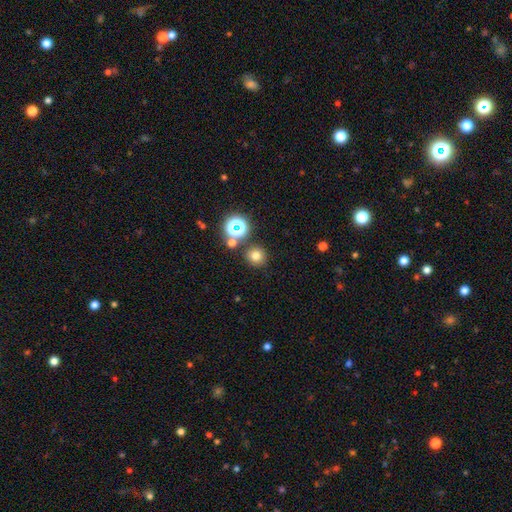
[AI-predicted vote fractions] Smooth or featured? smooth (73%)
How rounded? round (93%)
Merging? none (84%)